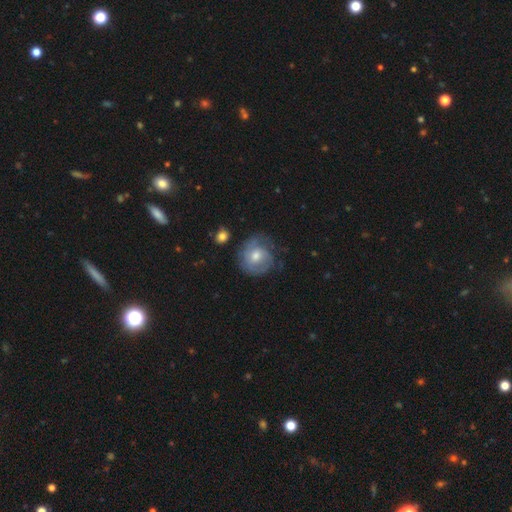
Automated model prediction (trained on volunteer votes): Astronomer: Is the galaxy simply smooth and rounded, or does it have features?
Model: featured or disk — 61%.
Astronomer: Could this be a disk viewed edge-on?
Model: no — 97%.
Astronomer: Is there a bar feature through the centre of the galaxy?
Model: no — 63%.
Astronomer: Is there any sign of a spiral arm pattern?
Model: yes — 83%.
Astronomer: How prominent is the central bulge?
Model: moderate — 69%.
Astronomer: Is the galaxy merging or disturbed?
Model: none — 65%.